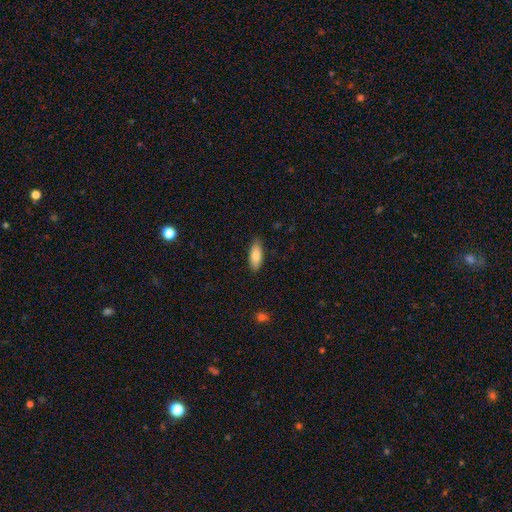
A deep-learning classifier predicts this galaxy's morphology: A smooth galaxy with no disk features (84%) that is in between round and cigar-shaped (75%). Merging: none (85%).